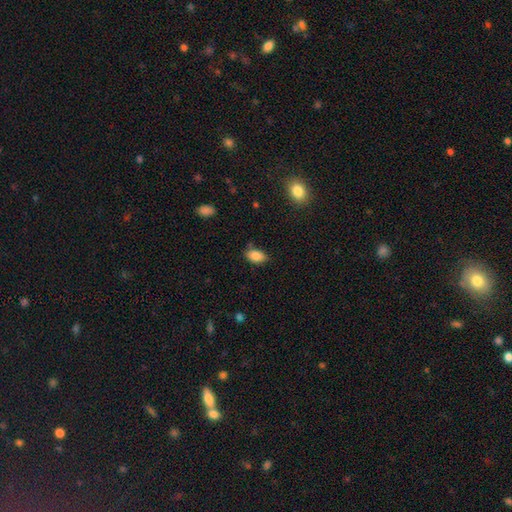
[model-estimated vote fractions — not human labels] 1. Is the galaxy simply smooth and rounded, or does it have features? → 86% smooth, 9% star or artifact, 6% featured or disk.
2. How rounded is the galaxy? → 89% in between, 8% round, 2% cigar-shaped.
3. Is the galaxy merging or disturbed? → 68% none, 24% minor disturbance, 5% major disturbance, 3% merger.